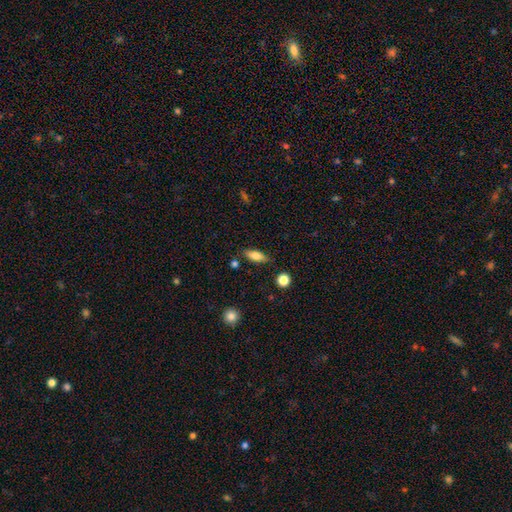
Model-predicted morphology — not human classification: type=smooth (71%); roundness=in between (65%); merging=none (82%).